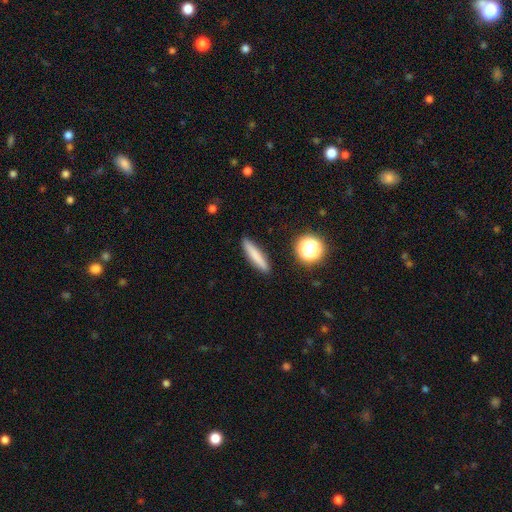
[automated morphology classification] This is likely a smooth galaxy (76%). How rounded: clearly cigar-shaped (90%). Merging: clearly none (90%).